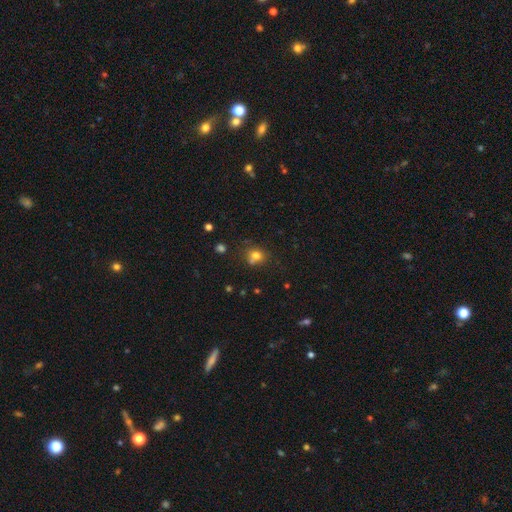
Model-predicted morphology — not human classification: This is likely a smooth galaxy (75%). How rounded: likely round (77%). Merging: possibly none (57%).